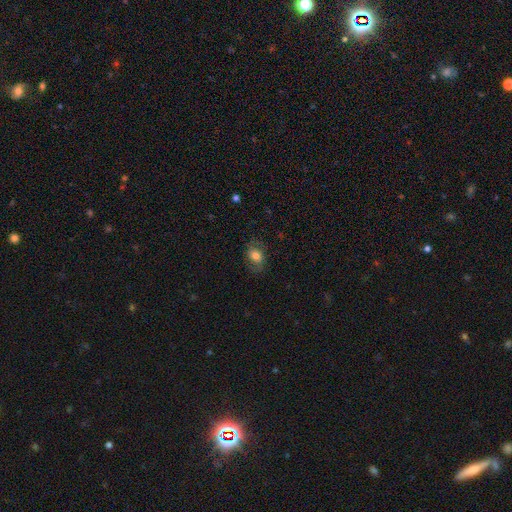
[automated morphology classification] Smooth or featured: smooth — 65% (featured or disk — 25%)
How rounded: in between — 66% (round — 33%)
Merging: none — 74% (minor disturbance — 17%)